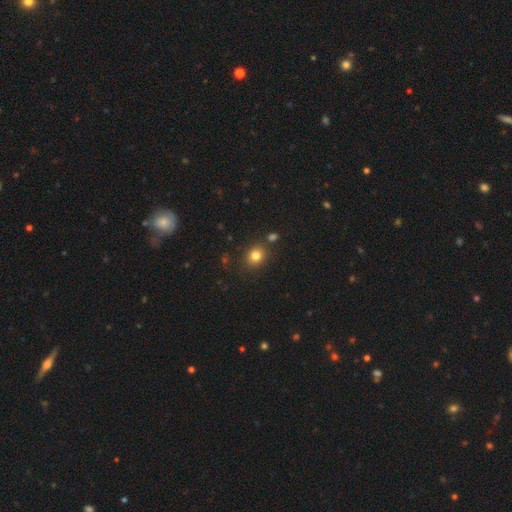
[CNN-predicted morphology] This appears to be a smooth galaxy with no disk features (81%) that is round (66%). Merging: none (82%).